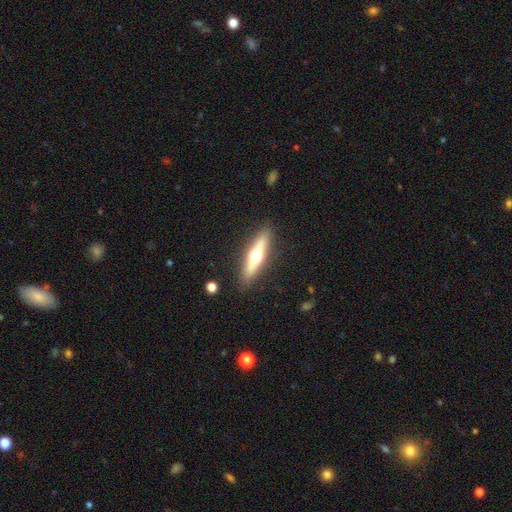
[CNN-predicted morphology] Smooth or featured: featured or disk — 56% (smooth — 38%)
Edge-on disk: yes — 93% (no — 7%)
Edge-on bulge: rounded — 94% (none — 4%)
Merging: none — 89% (minor disturbance — 8%)